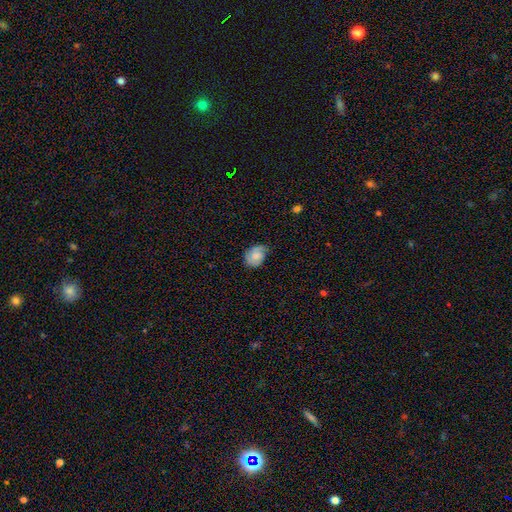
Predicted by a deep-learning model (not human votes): A smooth galaxy with no disk features (47%). Merging: none (55%).